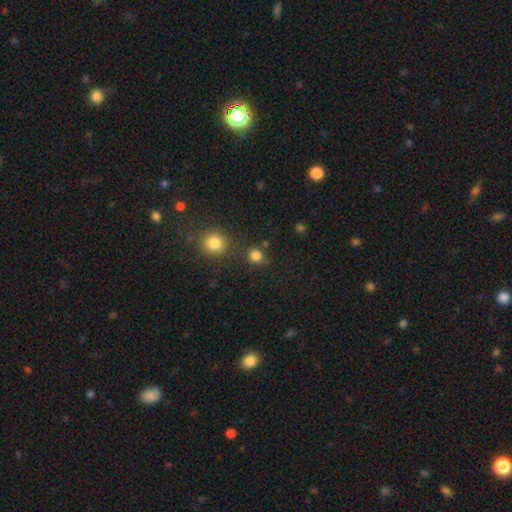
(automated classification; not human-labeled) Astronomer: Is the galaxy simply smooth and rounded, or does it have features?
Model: smooth — 81%.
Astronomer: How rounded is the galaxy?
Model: round — 86%.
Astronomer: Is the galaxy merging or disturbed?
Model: none — 78%.